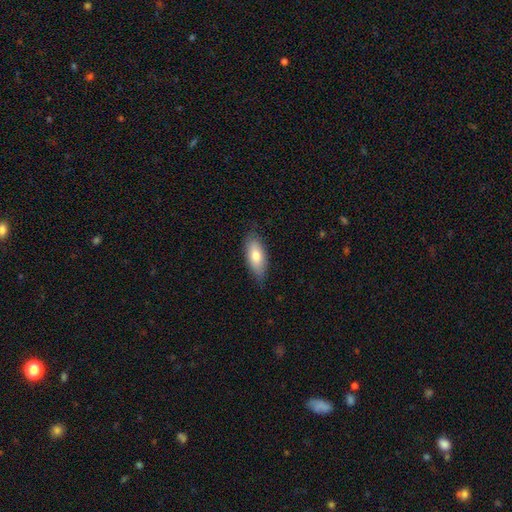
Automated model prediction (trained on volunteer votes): A smooth galaxy with no disk features (73%) that is in between round and cigar-shaped (82%).

Vote fractions:
- Smooth or featured? smooth: 73% / featured or disk: 20% / star or artifact: 6%
- How rounded? in between: 82% / cigar-shaped: 15% / round: 3%
- Merging? none: 77% / minor disturbance: 19% / major disturbance: 3% / merger: 1%